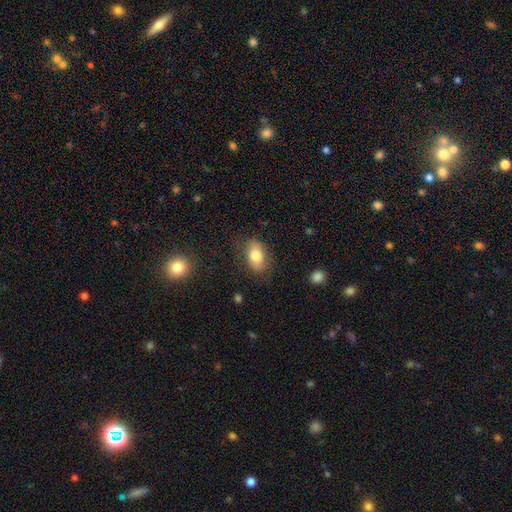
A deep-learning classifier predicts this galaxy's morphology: A smooth galaxy with no disk features (77%) that is in between round and cigar-shaped (89%). Merging: none (80%).